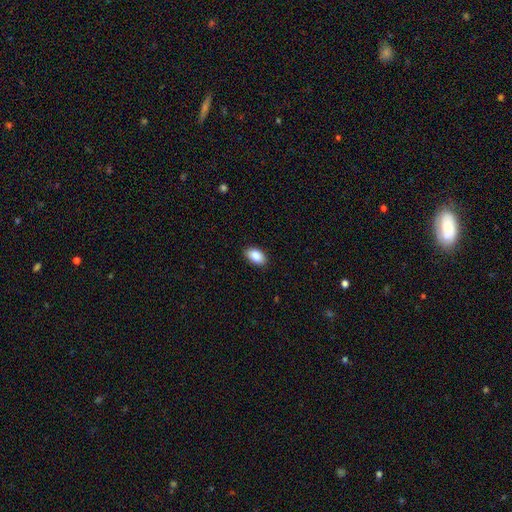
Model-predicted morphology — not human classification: type=smooth (89%); roundness=in between (93%); merging=none (87%).